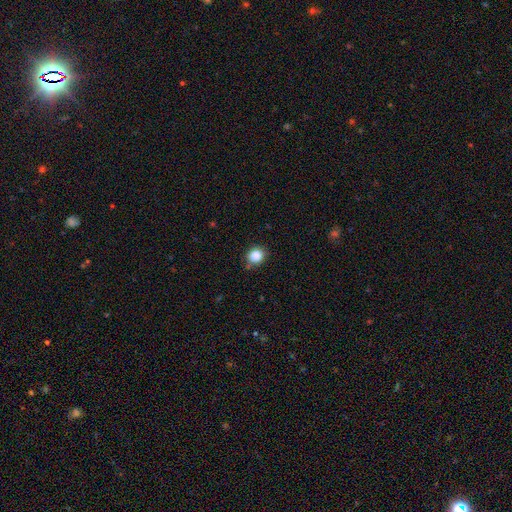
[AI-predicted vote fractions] Smooth or featured? smooth (86%)
How rounded? round (81%)
Merging? none (78%)